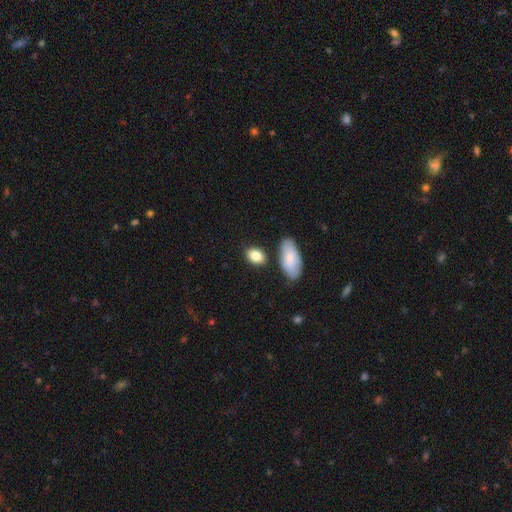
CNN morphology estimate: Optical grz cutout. It shows a smooth galaxy with no disk features (84%) that is in between round and cigar-shaped (80%). Merging: none (75%).